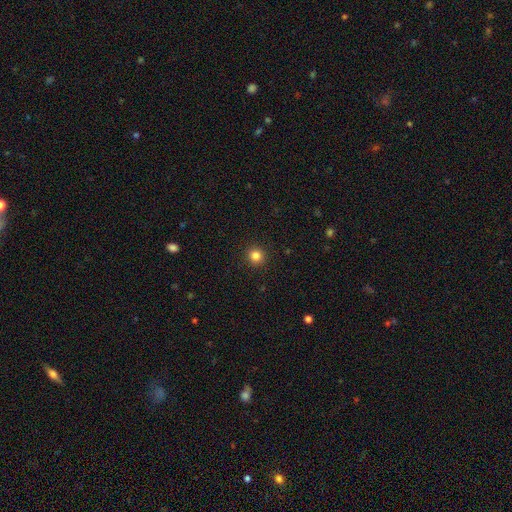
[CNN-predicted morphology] A smooth galaxy with no disk features (84%) that is round (94%). Merging: none (93%).